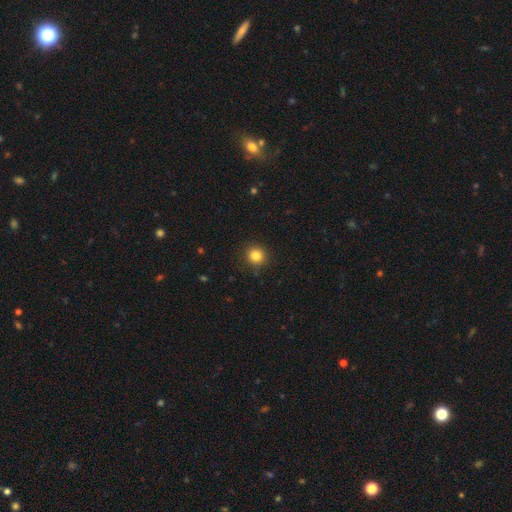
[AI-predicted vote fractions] A smooth galaxy with no disk features (83%) that is round (93%). Merging: none (90%).